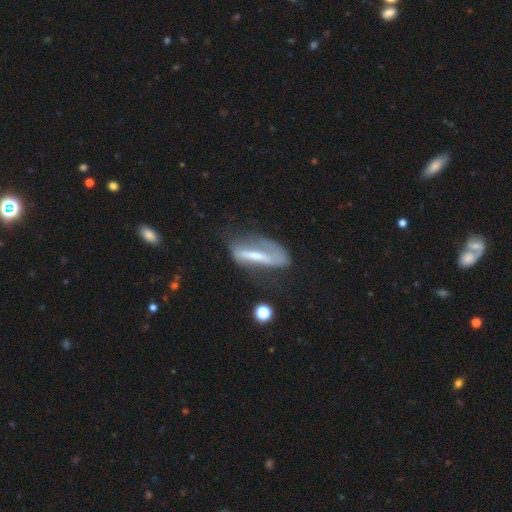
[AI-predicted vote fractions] Overall: featured or disk (69%). Edge-on disk: no (74%). Bar: strong (65%). Spiral arms: yes (69%; no 31%). Bulge size: small (44%; moderate 37%). Merging: none (45%; minor disturbance 26%).